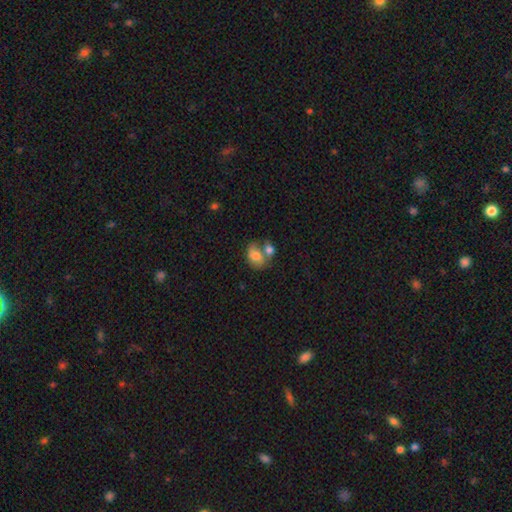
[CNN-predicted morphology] Smooth or featured?
  - smooth: 73% *
  - featured or disk: 19%
  - star or artifact: 8%
How rounded?
  - in between: 72% *
  - round: 26%
  - cigar-shaped: 1%
Merging?
  - merger: 50% *
  - none: 28%
  - minor disturbance: 14%
  - major disturbance: 8%